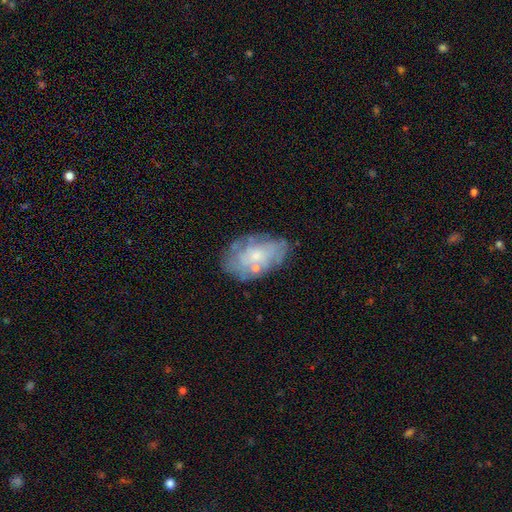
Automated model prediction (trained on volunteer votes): Morphology: type=featured or disk (54%); edge-on=no (95%); bar=no (84%); spiral arms=no (57%); bulge=small (57%); merging=none (65%).